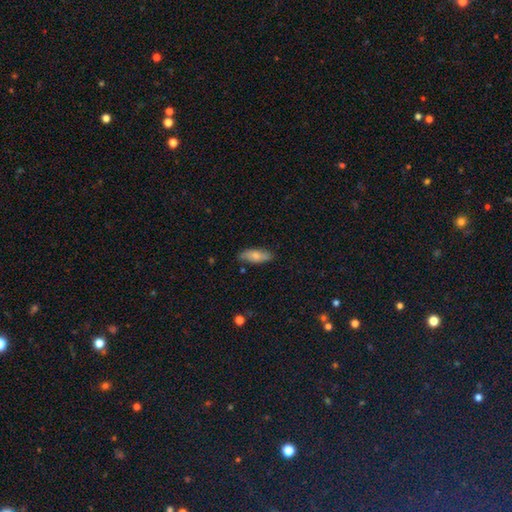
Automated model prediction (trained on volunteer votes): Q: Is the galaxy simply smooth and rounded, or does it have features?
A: smooth — 74%.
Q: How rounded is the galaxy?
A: in between — 73%.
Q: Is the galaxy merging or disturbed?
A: none — 79%.